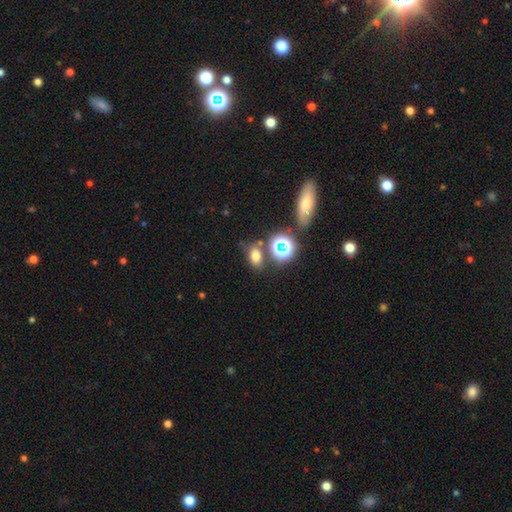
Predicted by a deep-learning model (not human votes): Morphology: type=smooth (68%); roundness=in between (70%); merging=none (70%).